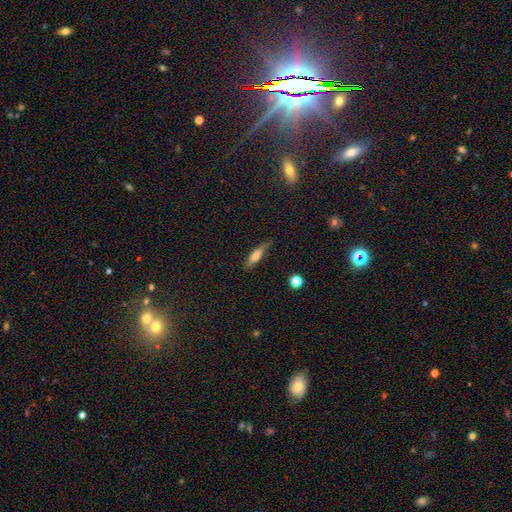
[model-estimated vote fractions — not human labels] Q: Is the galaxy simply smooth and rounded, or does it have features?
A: smooth — 65%.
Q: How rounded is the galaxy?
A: cigar-shaped — 68%.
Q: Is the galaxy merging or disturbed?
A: none — 74%.